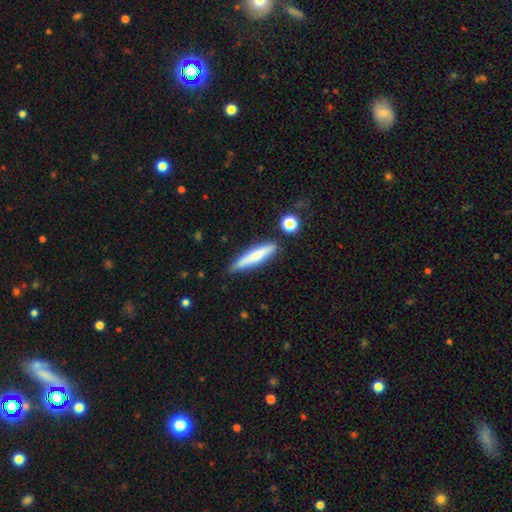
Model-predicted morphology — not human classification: A smooth galaxy with no disk features (59%) that is cigar-shaped (87%). Merging: none (80%).